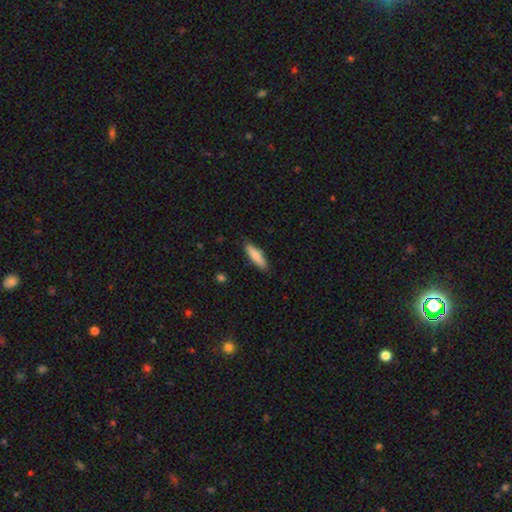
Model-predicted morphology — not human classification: smooth_or_featured: smooth (p=0.79) [alt: featured or disk p=0.15]
how_rounded: cigar-shaped (p=0.71) [alt: in between p=0.28]
merging: none (p=0.87) [alt: minor disturbance p=0.10]